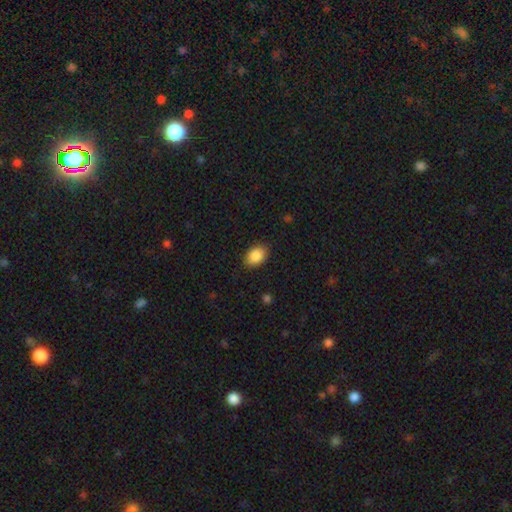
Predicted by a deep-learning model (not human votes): Smooth or featured? smooth (88%)
How rounded? in between (78%)
Merging? none (86%)